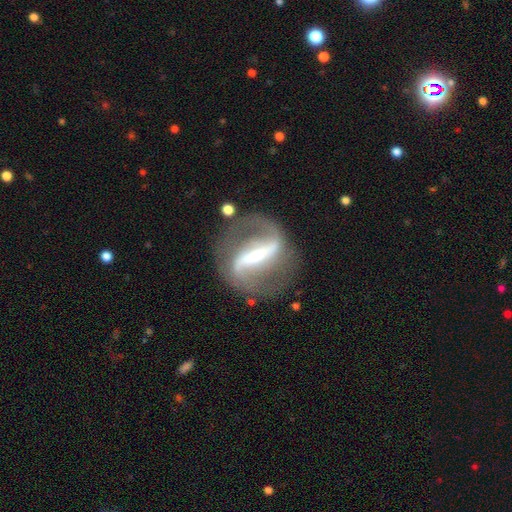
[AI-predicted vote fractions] Smooth or featured? Predicted: featured or disk (p=0.88). Edge-on disk? Predicted: no (p=0.92). Bar? Predicted: strong (p=0.78). Spiral arms? Predicted: yes (p=0.90). Spiral winding? Predicted: loose (p=0.42, tied with medium). Spiral arm count? Predicted: 2 (p=0.90). Bulge size? Predicted: small (p=0.54). Merging? Predicted: none (p=0.76).